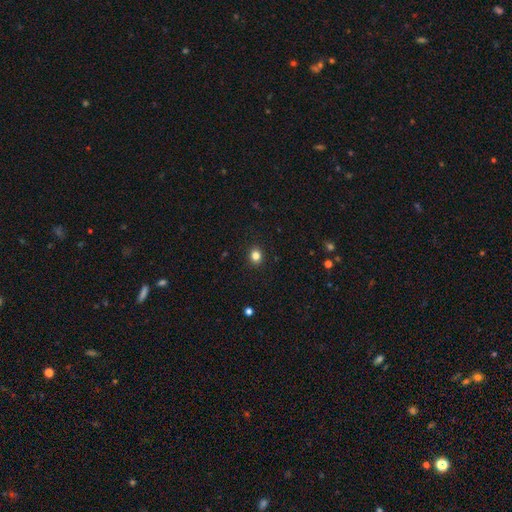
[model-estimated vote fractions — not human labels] A smooth galaxy with no disk features (83%) that is round (71%). Merging: none (91%).